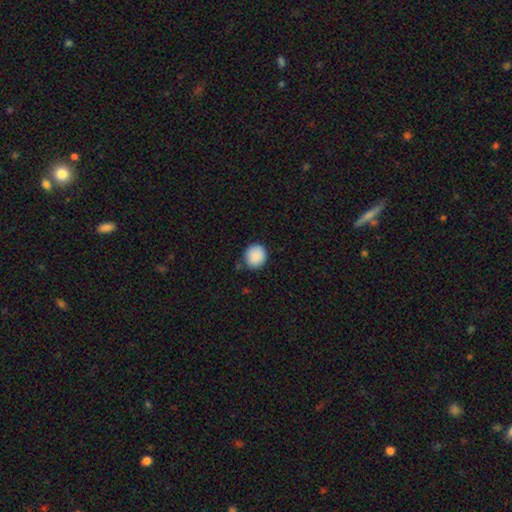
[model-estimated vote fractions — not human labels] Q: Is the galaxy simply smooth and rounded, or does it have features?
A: smooth — 89%.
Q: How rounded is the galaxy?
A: round — 86%.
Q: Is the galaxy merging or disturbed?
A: none — 86%.